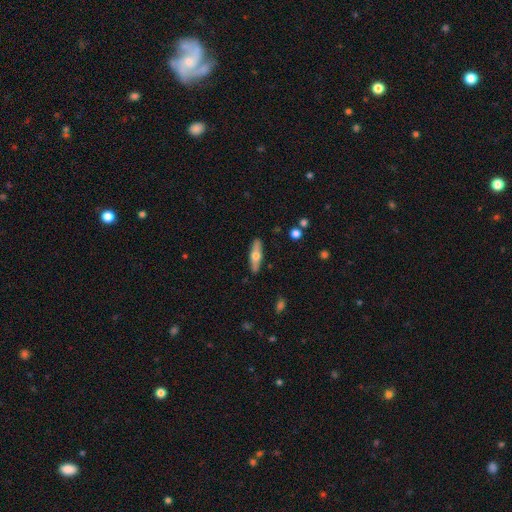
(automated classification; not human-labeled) A smooth galaxy with no disk features (52%) that is cigar-shaped (62%).

Vote fractions:
- Smooth or featured? smooth: 52% / featured or disk: 43% / star or artifact: 6%
- How rounded? cigar-shaped: 62% / in between: 35% / round: 3%
- Merging? none: 88% / minor disturbance: 8% / major disturbance: 2% / merger: 1%